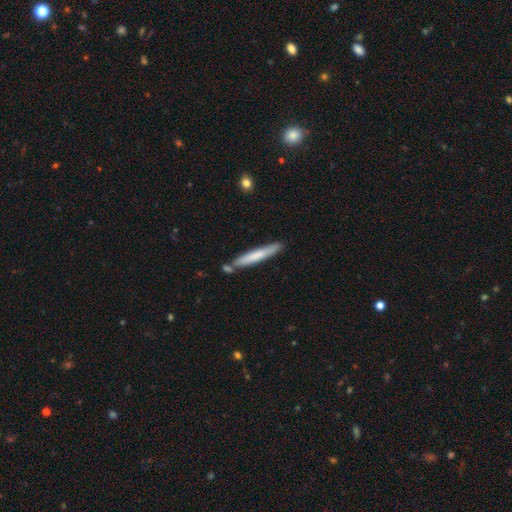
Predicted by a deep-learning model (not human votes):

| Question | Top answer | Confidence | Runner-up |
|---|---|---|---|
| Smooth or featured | smooth | 65% | featured or disk (30%) |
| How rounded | cigar-shaped | 95% | in between (4%) |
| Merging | none | 73% | minor disturbance (13%) |